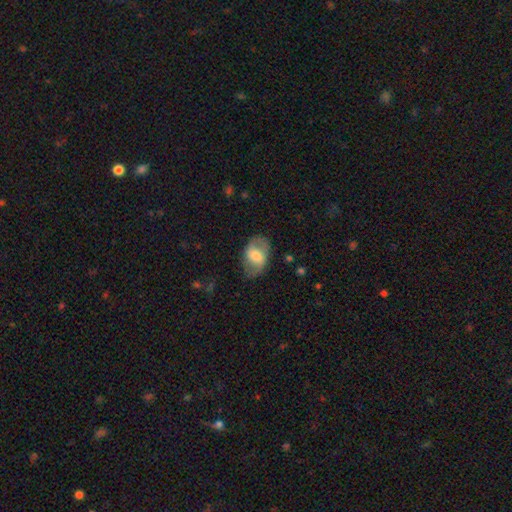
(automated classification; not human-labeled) A smooth galaxy with no disk features (50%) that is in between round and cigar-shaped (87%). Merging: none (73%).